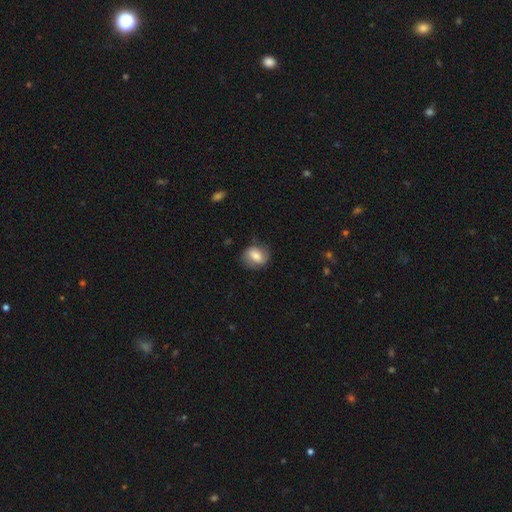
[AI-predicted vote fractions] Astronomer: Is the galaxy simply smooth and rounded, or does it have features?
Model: smooth — 56% (runner-up: featured or disk, 36%).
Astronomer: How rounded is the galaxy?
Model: round — 54% (runner-up: in between, 45%).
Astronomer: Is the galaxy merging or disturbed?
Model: none — 72%.